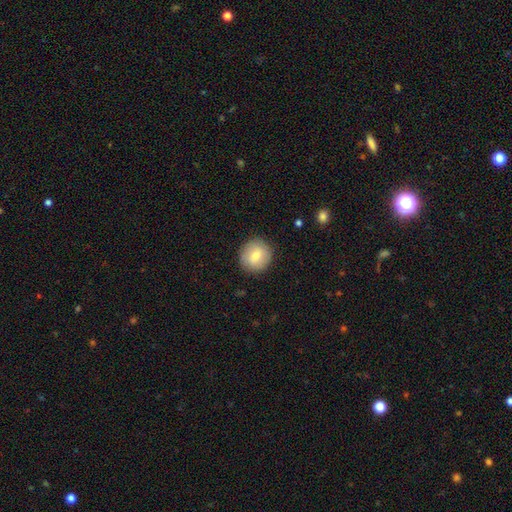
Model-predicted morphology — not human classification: Q: Smooth or featured?
A: smooth (74%); runner-up: featured or disk (18%)
Q: How rounded?
A: round (92%); runner-up: in between (7%)
Q: Merging?
A: none (89%); runner-up: minor disturbance (8%)